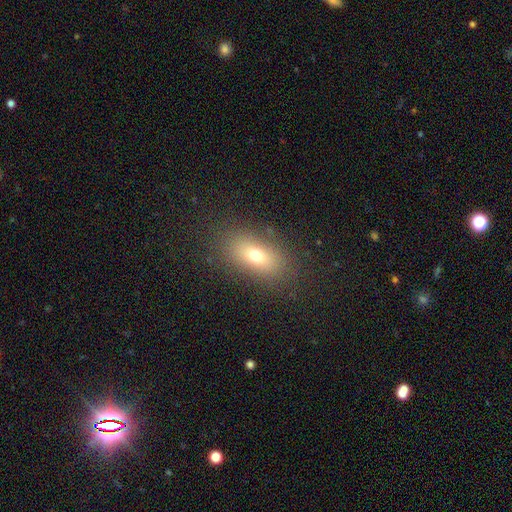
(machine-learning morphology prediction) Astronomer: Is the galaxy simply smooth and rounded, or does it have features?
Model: smooth — 71%.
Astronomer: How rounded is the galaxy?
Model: in between — 82%.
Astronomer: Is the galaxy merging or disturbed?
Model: none — 83%.